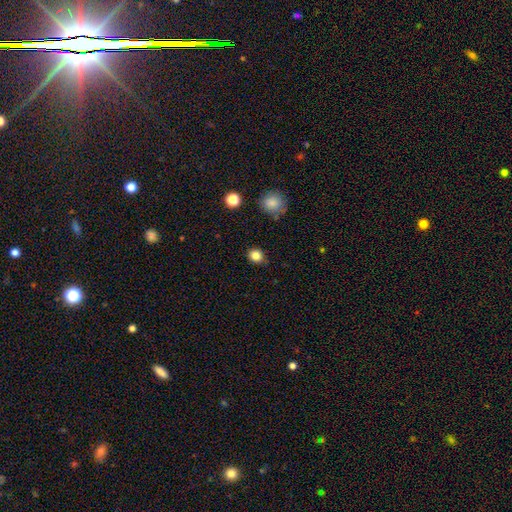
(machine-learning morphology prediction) This is clearly a smooth galaxy (84%). How rounded: likely round (75%). Merging: clearly none (86%).